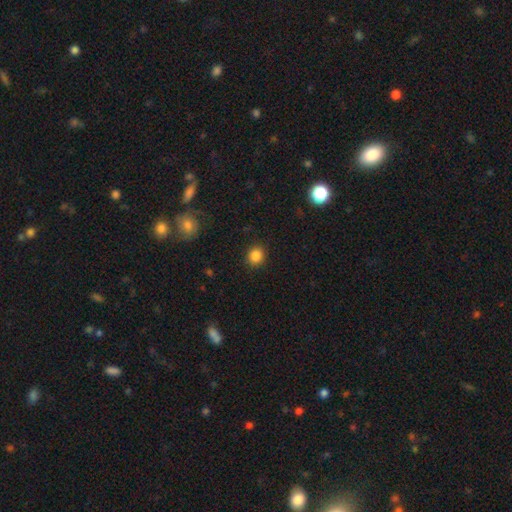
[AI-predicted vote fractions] smooth-or-featured: smooth: 86% | star or artifact: 11% | featured or disk: 4%
  how-rounded: round: 85% | in between: 14% | cigar-shaped: 1%
  merging: none: 90% | minor disturbance: 6% | major disturbance: 2% | merger: 1%